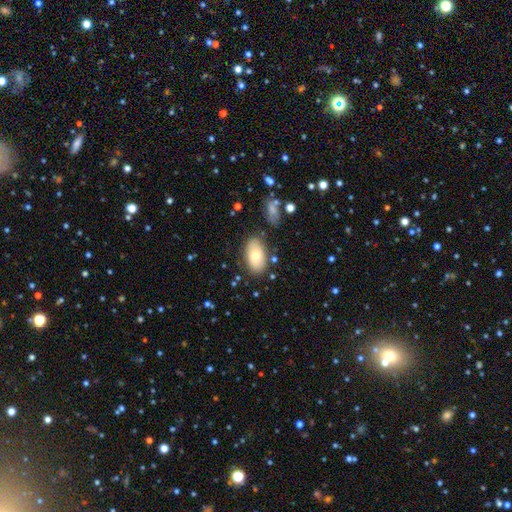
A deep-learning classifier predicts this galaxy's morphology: A smooth galaxy with no disk features (73%) that is in between round and cigar-shaped (94%).

Vote fractions:
- Smooth or featured? smooth: 73% / featured or disk: 20% / star or artifact: 7%
- How rounded? in between: 94% / round: 5% / cigar-shaped: 2%
- Merging? none: 79% / minor disturbance: 13% / merger: 4% / major disturbance: 3%